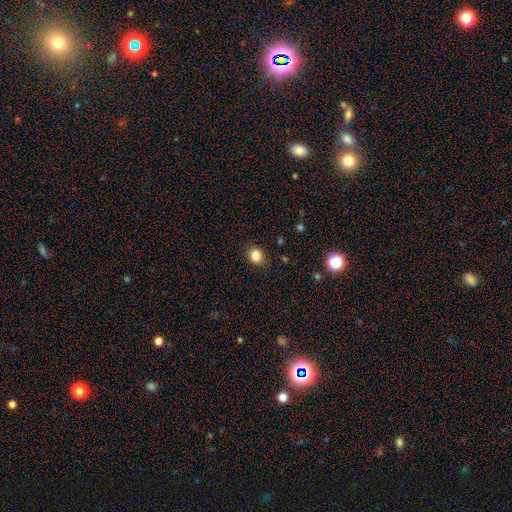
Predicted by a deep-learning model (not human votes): smooth-or-featured: smooth: 84% | star or artifact: 11% | featured or disk: 5%
  how-rounded: round: 70% | in between: 29% | cigar-shaped: 1%
  merging: none: 87% | minor disturbance: 10% | major disturbance: 3% | merger: 1%